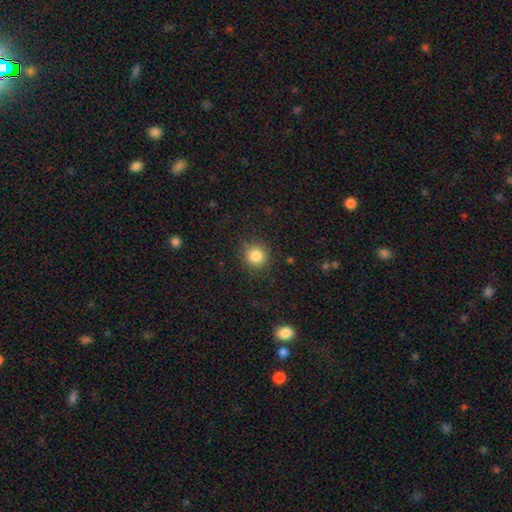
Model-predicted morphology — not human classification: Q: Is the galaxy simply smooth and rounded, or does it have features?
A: smooth — 84%.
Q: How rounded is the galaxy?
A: round — 91%.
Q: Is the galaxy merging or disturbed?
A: none — 84%.